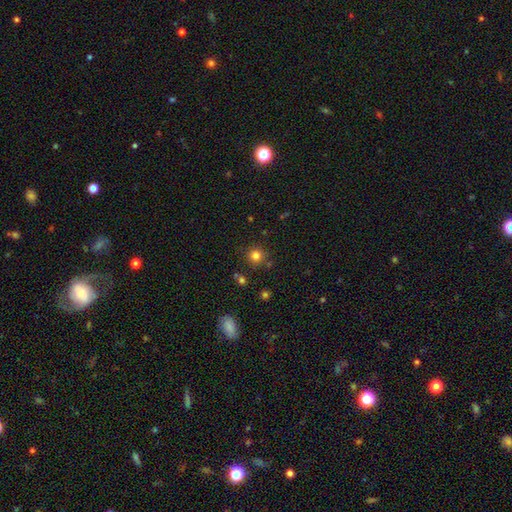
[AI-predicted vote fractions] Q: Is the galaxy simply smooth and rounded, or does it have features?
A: smooth — 80%.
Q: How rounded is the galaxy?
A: round — 93%.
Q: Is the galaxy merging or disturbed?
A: none — 86%.